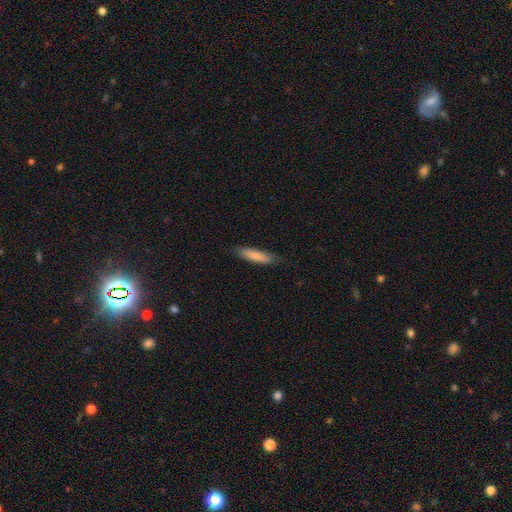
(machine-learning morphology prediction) smooth-or-featured: smooth: 82% | featured or disk: 12% | star or artifact: 6%
  how-rounded: cigar-shaped: 78% | in between: 21% | round: 1%
  merging: none: 82% | minor disturbance: 14% | major disturbance: 3% | merger: 1%